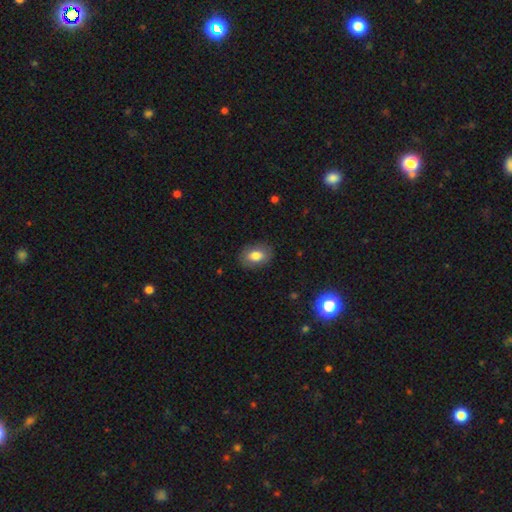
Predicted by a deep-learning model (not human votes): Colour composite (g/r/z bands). It shows a smooth galaxy with no disk features (79%) that is in between round and cigar-shaped (80%). Merging: none (84%).